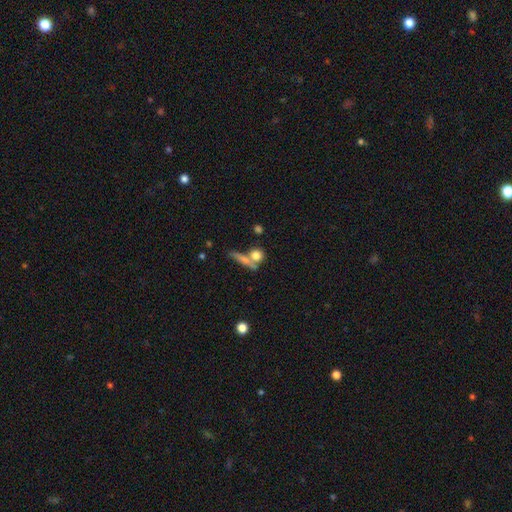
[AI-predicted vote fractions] The model was most divided on "merging": none: 54%, merger: 31%, minor disturbance: 10%, major disturbance: 6%. More confident: smooth or featured — smooth (73%); how rounded — round (66%).